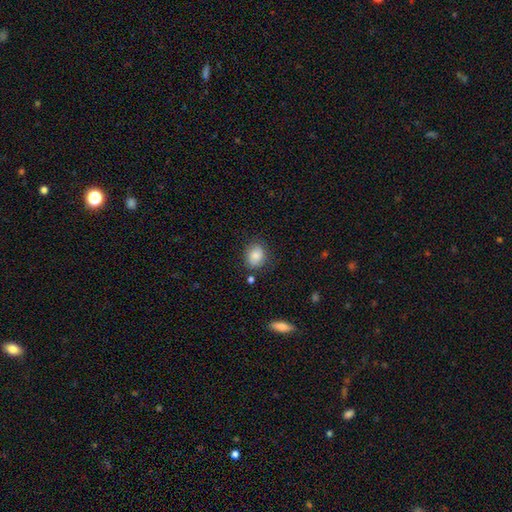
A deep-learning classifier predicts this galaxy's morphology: Smooth or featured? Predicted: smooth (p=0.83). How rounded? Predicted: round (p=0.50). Merging? Predicted: none (p=0.76).